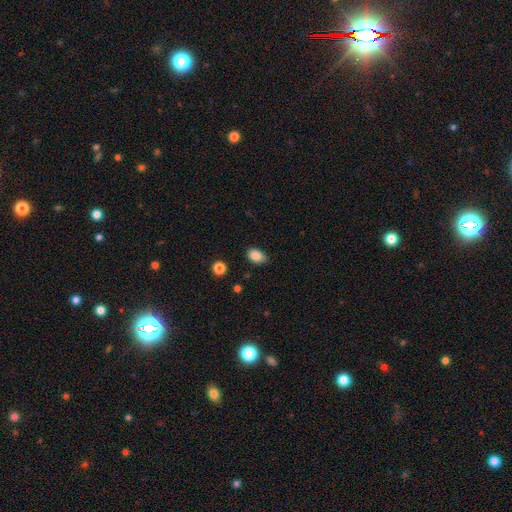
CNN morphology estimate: A smooth galaxy with no disk features (86%) that is in between round and cigar-shaped (83%).

Vote fractions:
- Smooth or featured? smooth: 86% / star or artifact: 9% / featured or disk: 5%
- How rounded? in between: 83% / round: 16% / cigar-shaped: 1%
- Merging? none: 76% / minor disturbance: 19% / major disturbance: 3% / merger: 2%